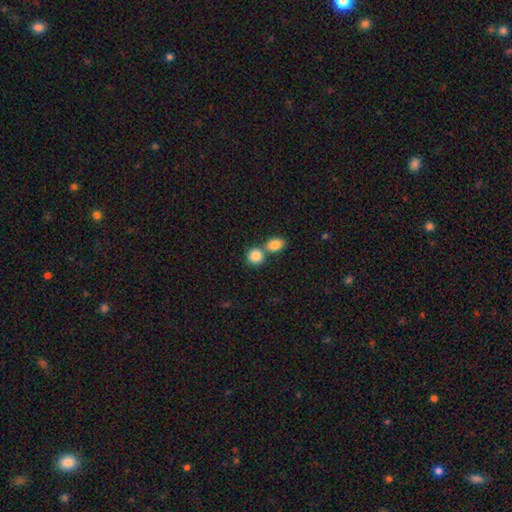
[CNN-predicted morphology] smooth 85%, star or artifact 8%, featured or disk 7%. Down the decision tree: how rounded — round (81%); merging — none (46%).